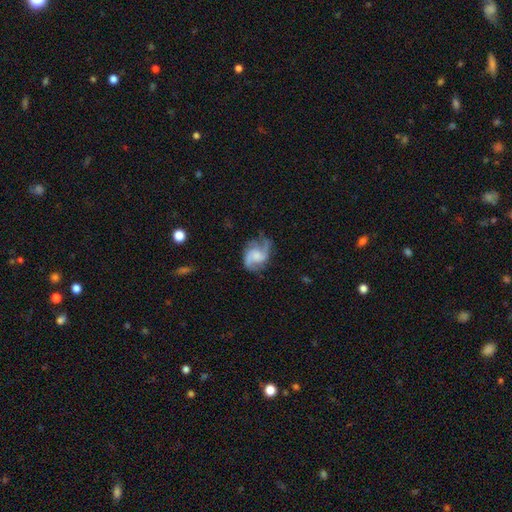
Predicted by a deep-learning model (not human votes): This is clearly a featured or disk galaxy (81%). It is clearly not viewed edge-on (98%). Bar: possibly no (58%). Spiral arm pattern: clearly yes (96%). Spiral arm count: likely 2 (73%). Spiral winding: possibly medium (47%). Central bulge: marginally none (33%). Merging: likely none (66%).